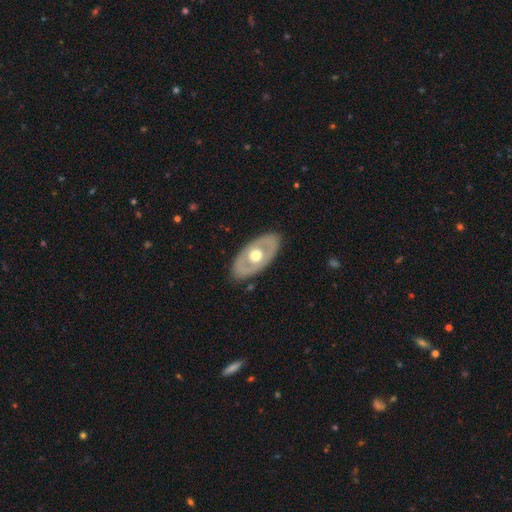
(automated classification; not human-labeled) Smooth or featured? Predicted: featured or disk (p=0.58). Edge-on disk? Predicted: no (p=0.85). Merging? Predicted: none (p=0.84).